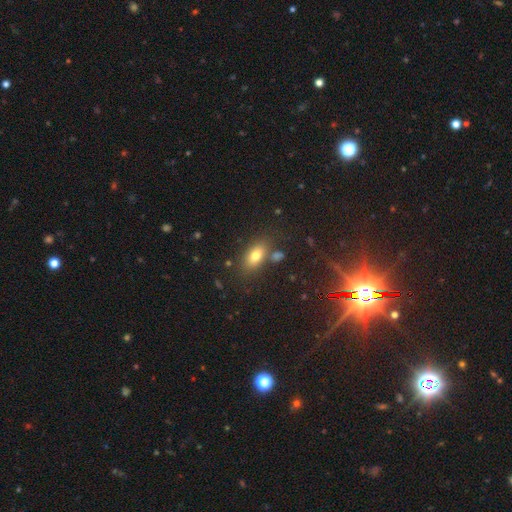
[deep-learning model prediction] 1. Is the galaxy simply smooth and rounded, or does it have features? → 76% smooth, 13% featured or disk, 11% star or artifact.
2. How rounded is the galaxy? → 85% in between, 10% round, 5% cigar-shaped.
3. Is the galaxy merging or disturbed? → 74% none, 13% minor disturbance, 9% merger, 4% major disturbance.